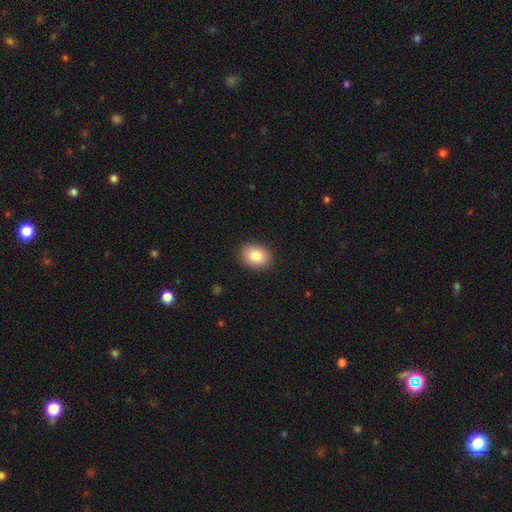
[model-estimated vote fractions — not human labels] This is clearly a smooth galaxy (87%). How rounded: likely in between (69%). Merging: clearly none (89%).